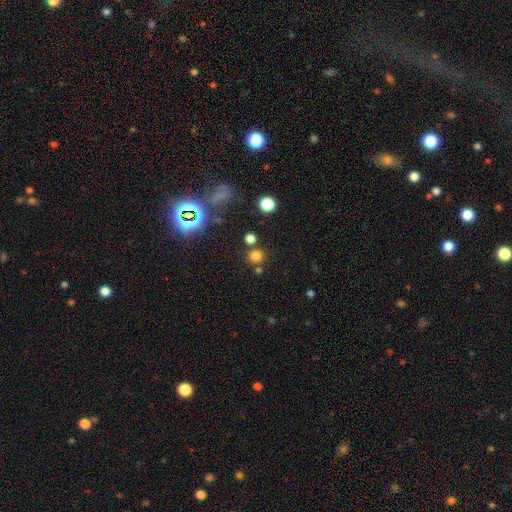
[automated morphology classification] Smooth or featured: smooth — 70% (star or artifact — 24%)
How rounded: round — 90% (in between — 9%)
Merging: none — 77% (merger — 12%)